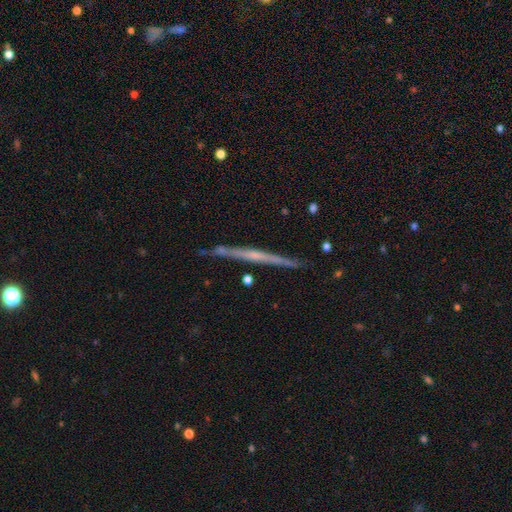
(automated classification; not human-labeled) Overall: featured or disk (70%). Edge-on disk: yes (98%). Edge-on bulge: none (66%). Merging: none (87%).